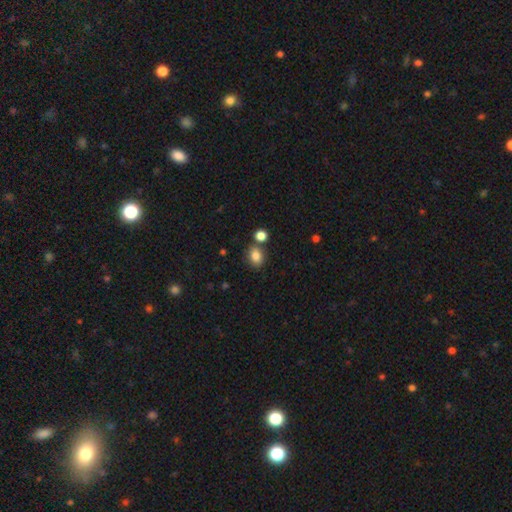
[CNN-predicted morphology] A smooth galaxy with no disk features (84%) that is round (51%).

Vote fractions:
- Smooth or featured? smooth: 84% / star or artifact: 10% / featured or disk: 6%
- How rounded? round: 51% / in between: 48% / cigar-shaped: 1%
- Merging? none: 72% / merger: 15% / minor disturbance: 10% / major disturbance: 3%